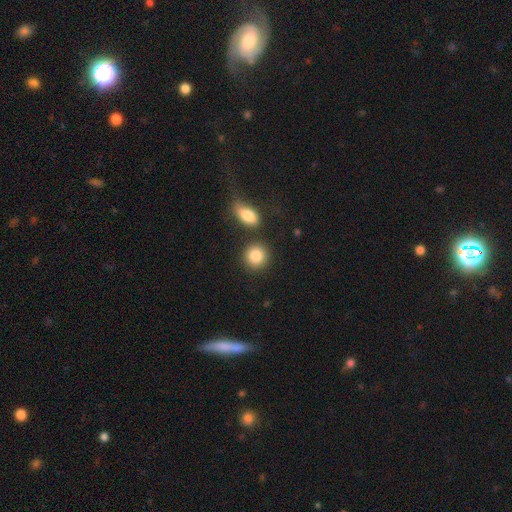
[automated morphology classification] smooth_or_featured: smooth (p=0.85) [alt: star or artifact p=0.08]
how_rounded: round (p=0.83) [alt: in between p=0.16]
merging: none (p=0.76) [alt: merger p=0.12]